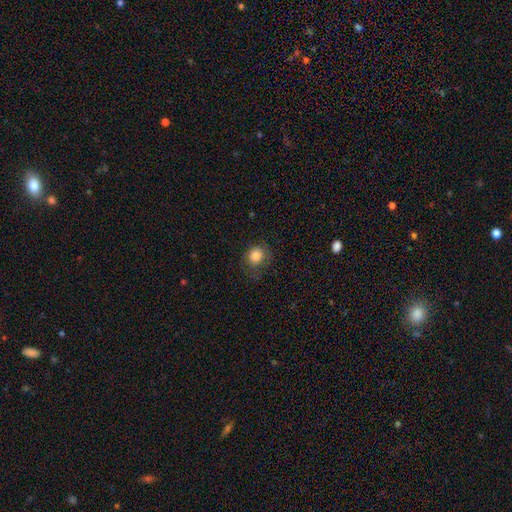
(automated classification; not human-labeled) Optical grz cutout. It shows a smooth galaxy with no disk features (83%) that is round (72%). Merging: none (68%).